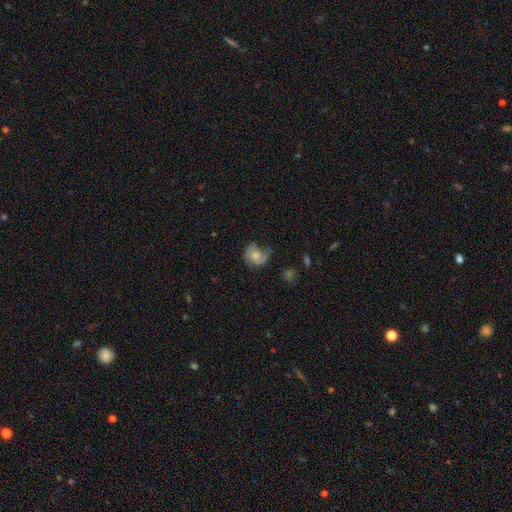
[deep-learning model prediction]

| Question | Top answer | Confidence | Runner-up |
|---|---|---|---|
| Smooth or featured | smooth | 47% | featured or disk (45%) |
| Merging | none | 42% | minor disturbance (31%) |